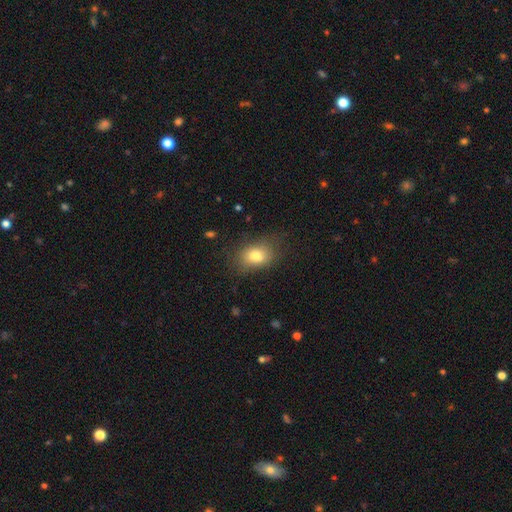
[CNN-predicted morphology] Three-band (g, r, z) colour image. It shows a smooth galaxy with no disk features (77%) that is in between round and cigar-shaped (71%). Merging: none (67%).